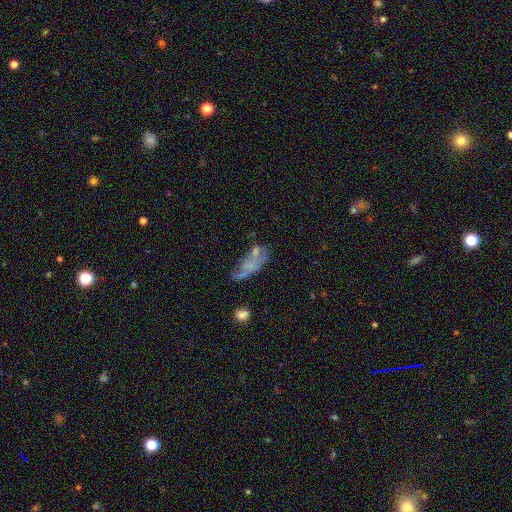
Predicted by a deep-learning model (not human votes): featured or disk 44%, smooth 43%, star or artifact 13%. Down the decision tree: merging — major disturbance (29%).